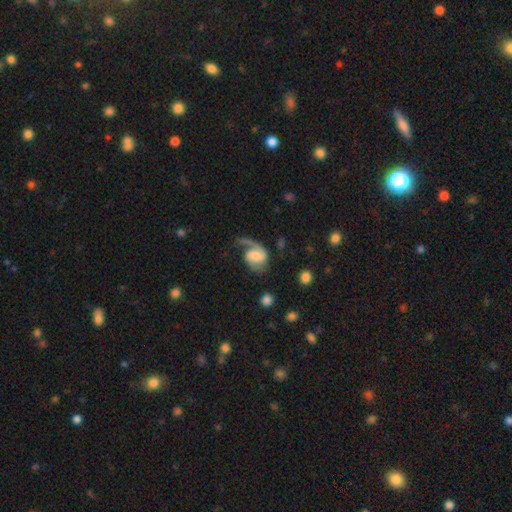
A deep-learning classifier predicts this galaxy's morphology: This appears to be a featured or disk galaxy (83%) with a weak bar (46%), 2 (50%) medium (45%) spiral arms (96%) and a moderate central bulge (33%, tied with small). Merging: none (46%).